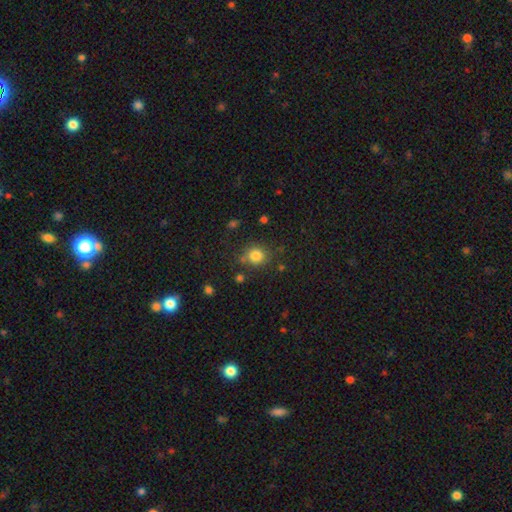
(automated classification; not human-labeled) Smooth or featured?
  - smooth: 82% *
  - star or artifact: 12%
  - featured or disk: 6%
How rounded?
  - round: 84% *
  - in between: 15%
  - cigar-shaped: 1%
Merging?
  - none: 77% *
  - minor disturbance: 13%
  - merger: 6%
  - major disturbance: 4%